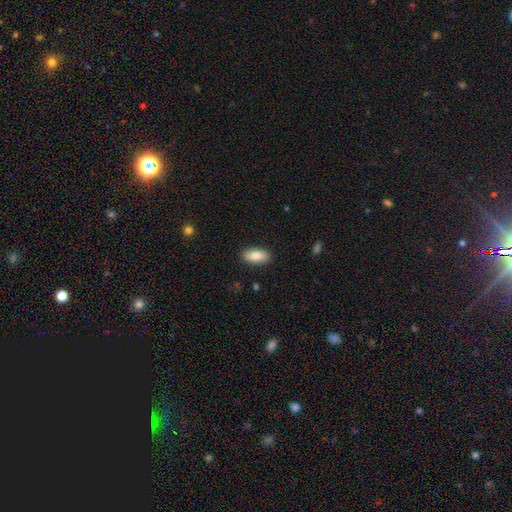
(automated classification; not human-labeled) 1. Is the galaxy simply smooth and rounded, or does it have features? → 84% smooth, 9% featured or disk, 6% star or artifact.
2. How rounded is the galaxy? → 90% in between, 7% cigar-shaped, 3% round.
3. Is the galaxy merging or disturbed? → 89% none, 8% minor disturbance, 2% major disturbance, 1% merger.